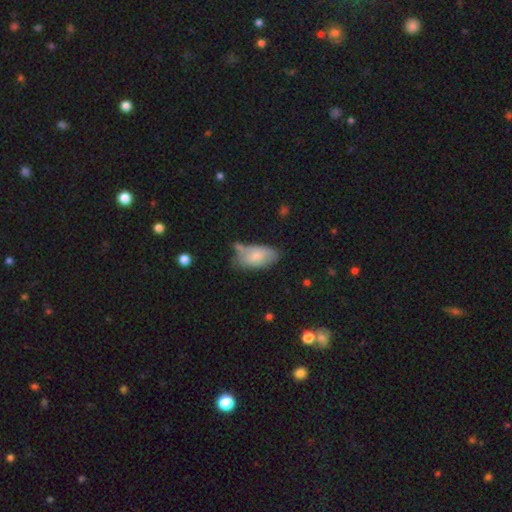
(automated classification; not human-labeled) A smooth galaxy with no disk features (73%) that is in between round and cigar-shaped (94%).

Vote fractions:
- Smooth or featured? smooth: 73% / featured or disk: 20% / star or artifact: 7%
- How rounded? in between: 94% / cigar-shaped: 3% / round: 3%
- Merging? none: 49% / minor disturbance: 31% / merger: 11% / major disturbance: 9%